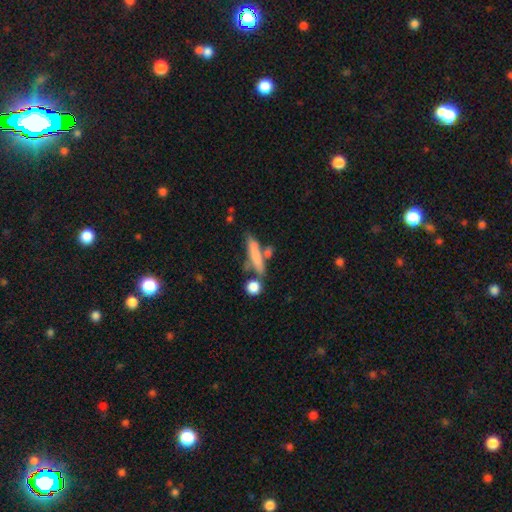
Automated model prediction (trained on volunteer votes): Smooth or featured? Predicted: smooth (p=0.71). How rounded? Predicted: cigar-shaped (p=0.81). Merging? Predicted: none (p=0.61).